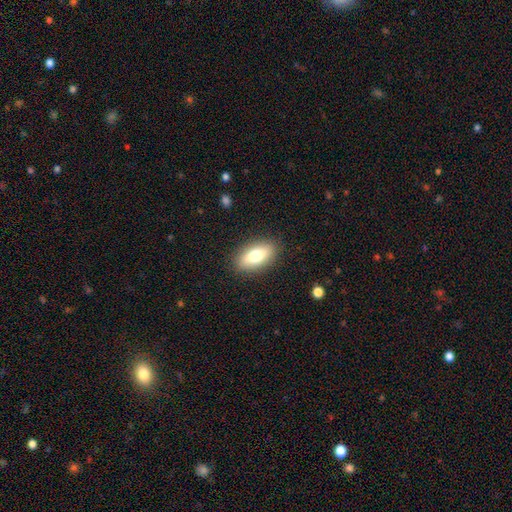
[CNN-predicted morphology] Overall: smooth (74%). How rounded: in between (86%). Merging: none (88%).